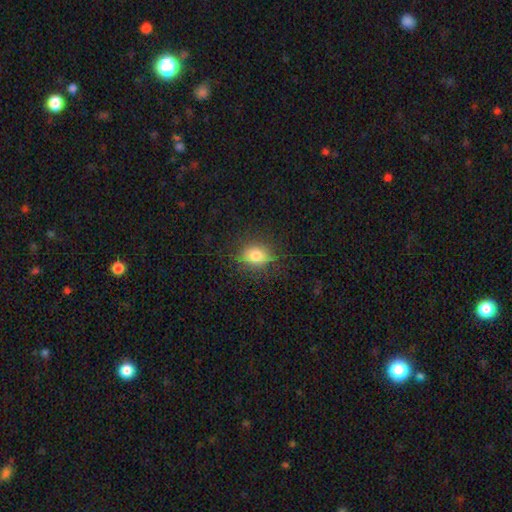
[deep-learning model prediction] Smooth or featured? smooth (75%)
How rounded? in between (56%)
Merging? none (79%)